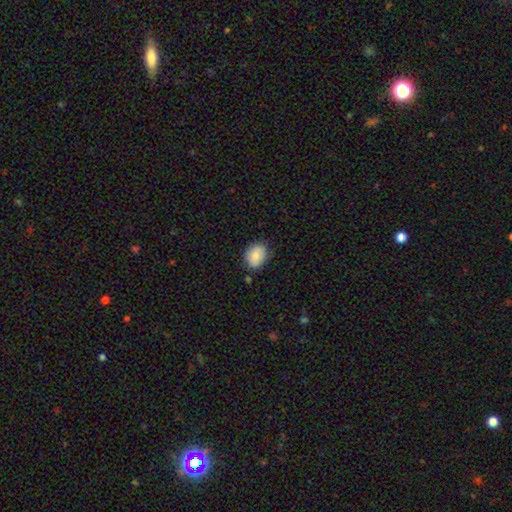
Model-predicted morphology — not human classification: This appears to be a smooth galaxy with no disk features (80%) that is in between round and cigar-shaped (58%). Merging: none (78%).